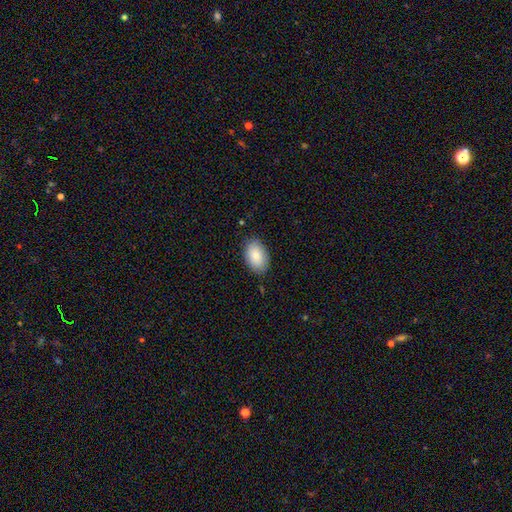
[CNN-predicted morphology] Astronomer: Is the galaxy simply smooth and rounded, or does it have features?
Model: smooth — 86%.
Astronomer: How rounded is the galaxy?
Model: in between — 92%.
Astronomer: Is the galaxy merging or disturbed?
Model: none — 85%.